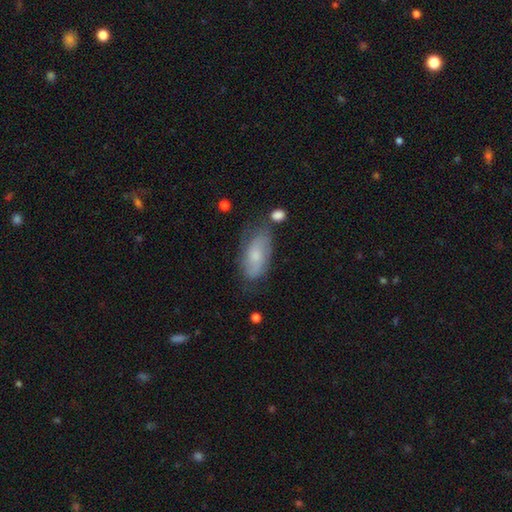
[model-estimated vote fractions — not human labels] Q: Smooth or featured?
A: smooth (55%); runner-up: featured or disk (37%)
Q: How rounded?
A: in between (88%); runner-up: cigar-shaped (9%)
Q: Merging?
A: none (60%); runner-up: minor disturbance (26%)